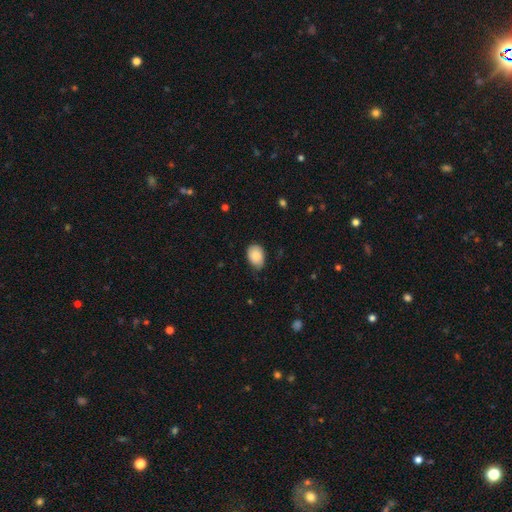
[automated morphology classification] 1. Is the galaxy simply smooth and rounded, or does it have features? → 87% smooth, 7% star or artifact, 6% featured or disk.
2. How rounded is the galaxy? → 81% in between, 18% round, 1% cigar-shaped.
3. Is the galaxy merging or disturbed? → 66% none, 29% minor disturbance, 4% major disturbance, 1% merger.